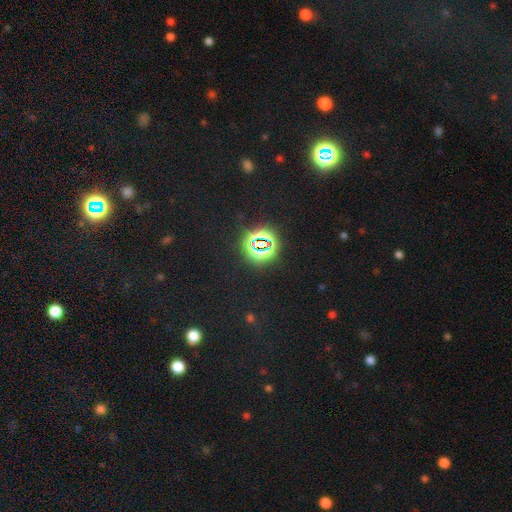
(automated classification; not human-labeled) star or artifact 73%, smooth 19%, featured or disk 8%.